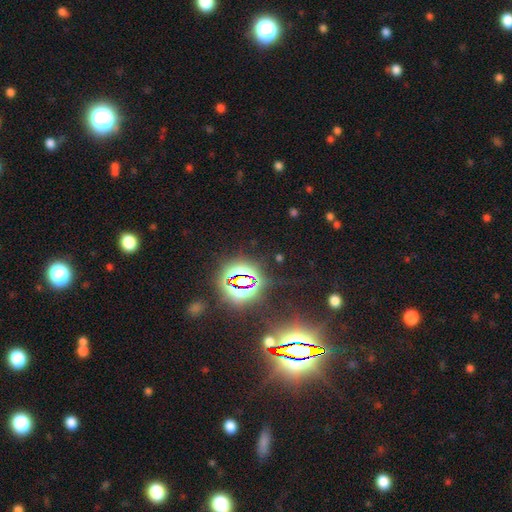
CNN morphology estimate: The model was most divided on "smooth or featured": star or artifact: 83%, smooth: 10%, featured or disk: 6%.